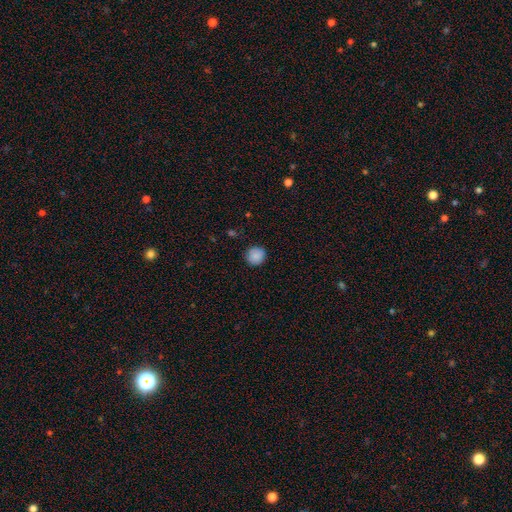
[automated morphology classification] Smooth or featured?
  - smooth: 88% *
  - star or artifact: 9%
  - featured or disk: 3%
How rounded?
  - round: 89% *
  - in between: 10%
  - cigar-shaped: 1%
Merging?
  - none: 88% *
  - minor disturbance: 9%
  - major disturbance: 2%
  - merger: 1%